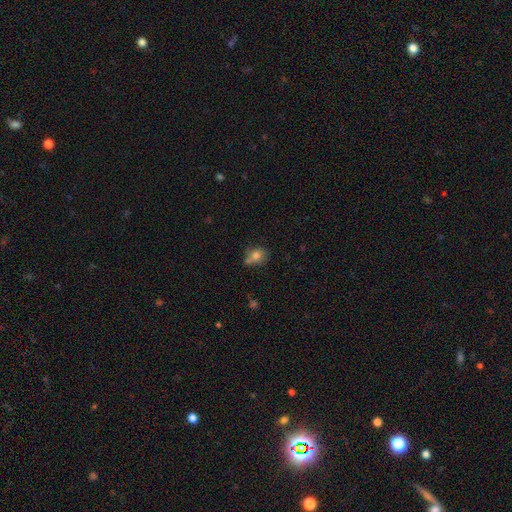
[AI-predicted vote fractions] smooth_or_featured: smooth (p=0.76) [alt: featured or disk p=0.13]
how_rounded: round (p=0.62) [alt: in between p=0.37]
merging: none (p=0.52) [alt: merger p=0.22]